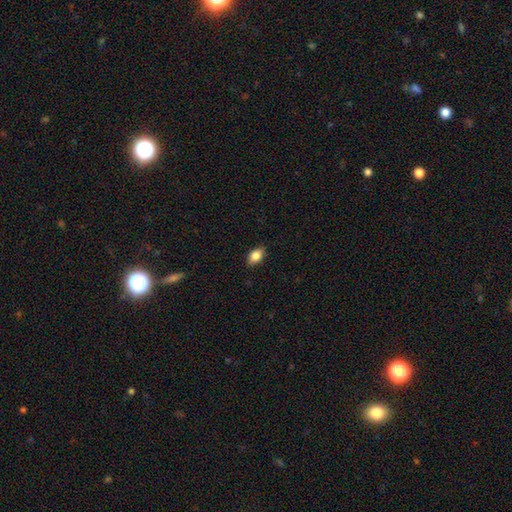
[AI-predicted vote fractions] Overall: smooth (85%). How rounded: in between (88%). Merging: none (87%).